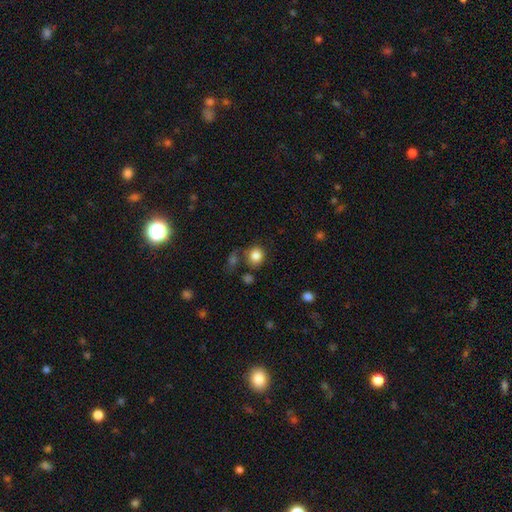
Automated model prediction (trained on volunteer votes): This appears to be a smooth galaxy with no disk features (84%) that is round (84%). Merging: none (71%).